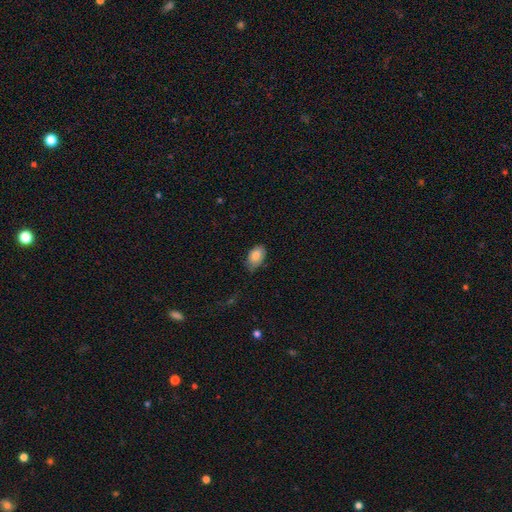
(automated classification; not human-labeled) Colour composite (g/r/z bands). It shows a smooth galaxy with no disk features (83%) that is in between round and cigar-shaped (92%). Merging: none (67%).